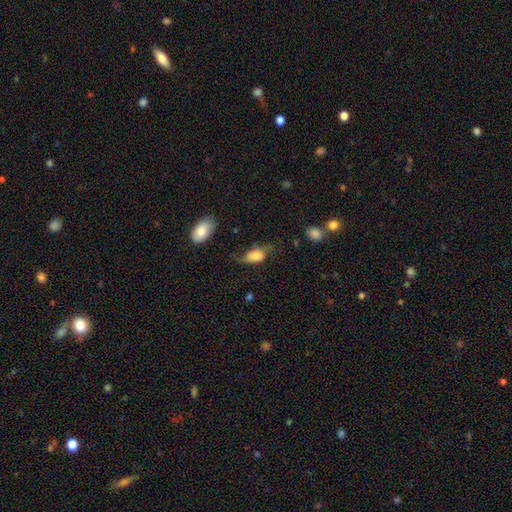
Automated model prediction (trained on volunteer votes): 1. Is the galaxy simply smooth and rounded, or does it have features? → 63% smooth, 28% featured or disk, 9% star or artifact.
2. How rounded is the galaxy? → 85% in between, 10% round, 5% cigar-shaped.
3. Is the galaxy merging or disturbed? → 33% none, 31% major disturbance, 31% minor disturbance, 4% merger.